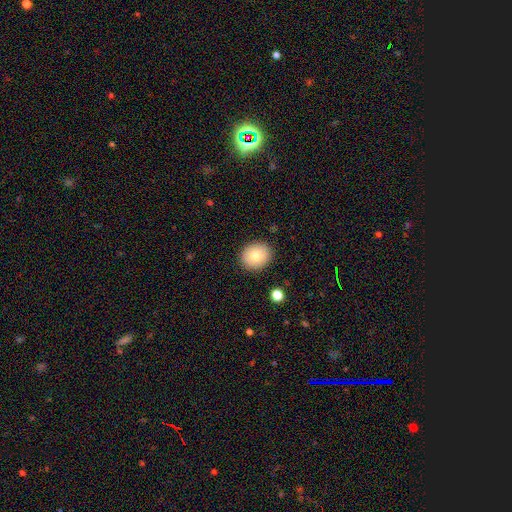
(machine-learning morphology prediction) smooth-or-featured: smooth: 76% | featured or disk: 15% | star or artifact: 9%
  how-rounded: round: 76% | in between: 23% | cigar-shaped: 1%
  merging: none: 89% | minor disturbance: 7% | major disturbance: 2% | merger: 1%